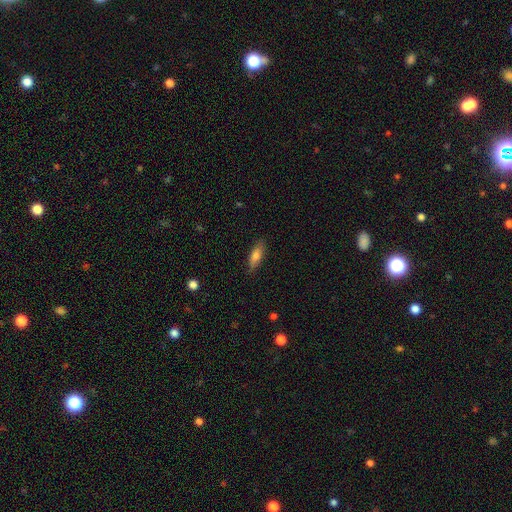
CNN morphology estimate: smooth 75%, featured or disk 18%, star or artifact 7%. Down the decision tree: how rounded — in between (58%); merging — none (85%).